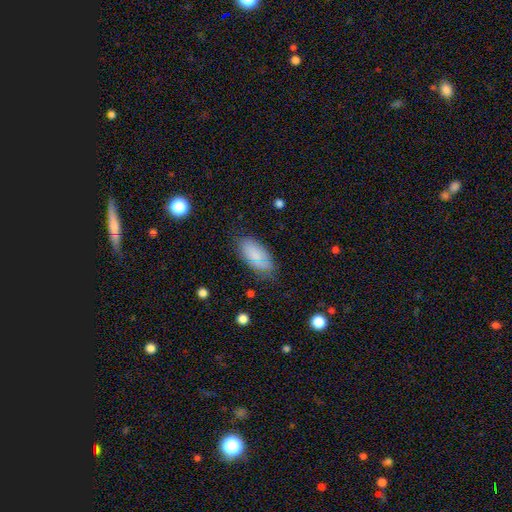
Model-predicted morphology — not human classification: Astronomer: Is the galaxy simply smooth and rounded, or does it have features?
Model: smooth — 77%.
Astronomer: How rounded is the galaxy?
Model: in between — 91%.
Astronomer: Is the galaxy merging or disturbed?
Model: none — 75%.